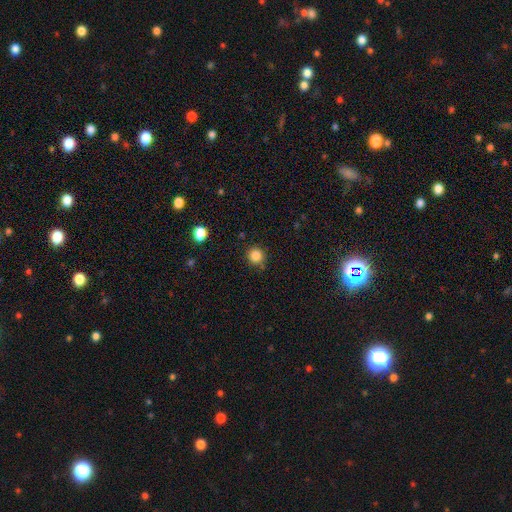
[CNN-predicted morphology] smooth_or_featured: smooth (p=0.84) [alt: star or artifact p=0.12]
how_rounded: round (p=0.93) [alt: in between p=0.06]
merging: none (p=0.86) [alt: minor disturbance p=0.09]